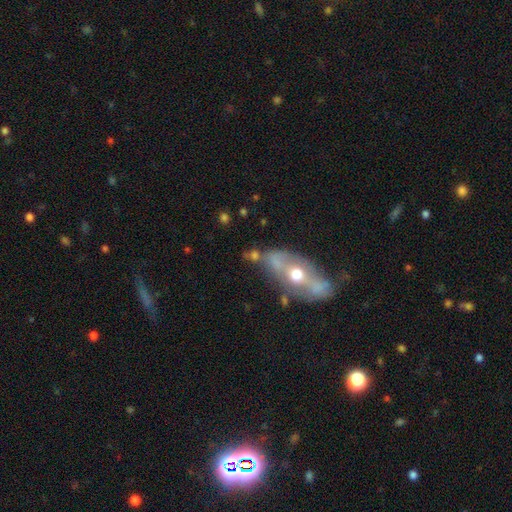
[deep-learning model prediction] featured or disk 61%, smooth 28%, star or artifact 10%. Down the decision tree: edge-on disk — no (74%); merging — none (57%).